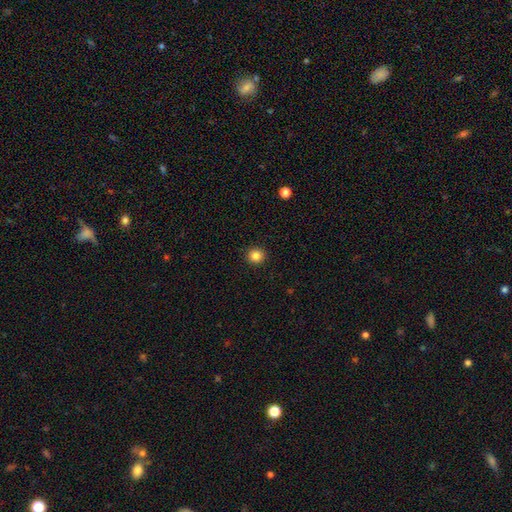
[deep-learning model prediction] Q: Smooth or featured?
A: smooth (85%); runner-up: star or artifact (11%)
Q: How rounded?
A: round (94%); runner-up: in between (6%)
Q: Merging?
A: none (93%); runner-up: minor disturbance (4%)